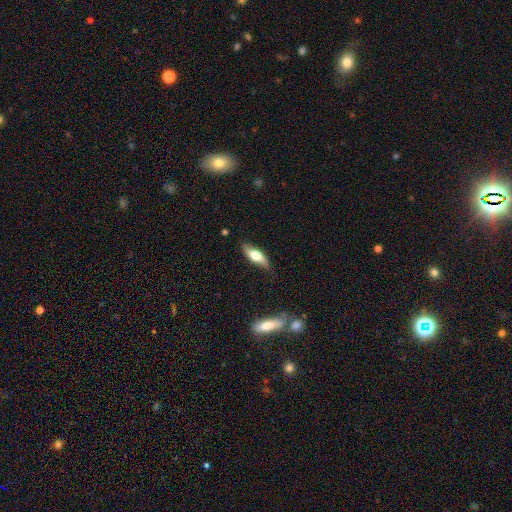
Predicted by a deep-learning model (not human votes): The model was most divided on "smooth or featured": smooth: 56%, featured or disk: 38%, star or artifact: 6%. More confident: merging — none (75%); how rounded — in between (60%).